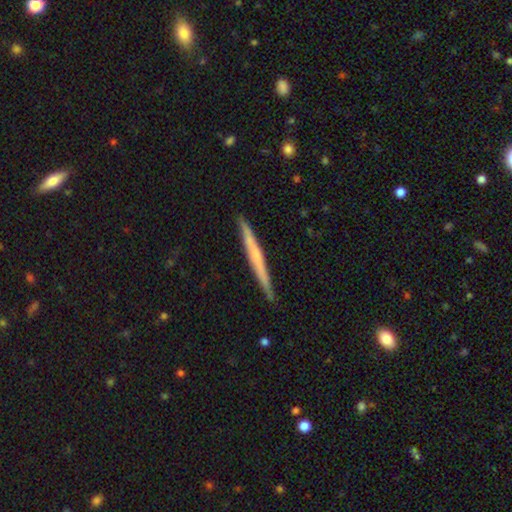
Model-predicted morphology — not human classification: featured or disk 56%, smooth 38%, star or artifact 6%. Down the decision tree: edge-on disk — yes (97%); edge-on bulge — none (66%); merging — none (90%).